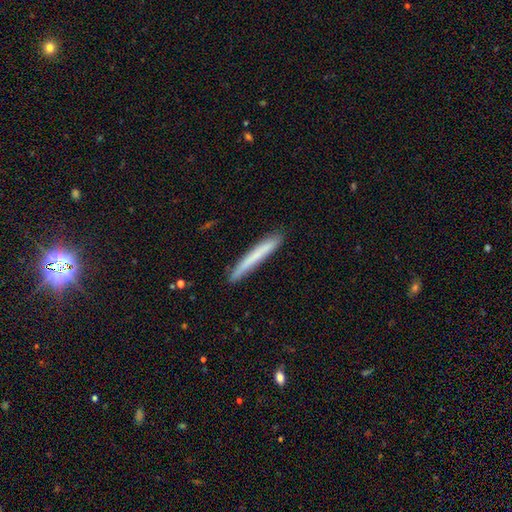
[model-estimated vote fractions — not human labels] This appears to be a smooth galaxy with no disk features (68%) that is cigar-shaped (97%). Merging: none (88%).